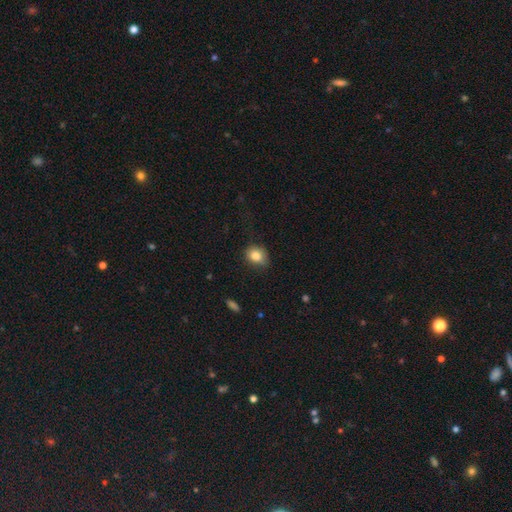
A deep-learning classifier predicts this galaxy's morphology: Smooth or featured? Predicted: smooth (p=0.83). How rounded? Predicted: round (p=0.51). Merging? Predicted: none (p=0.71).